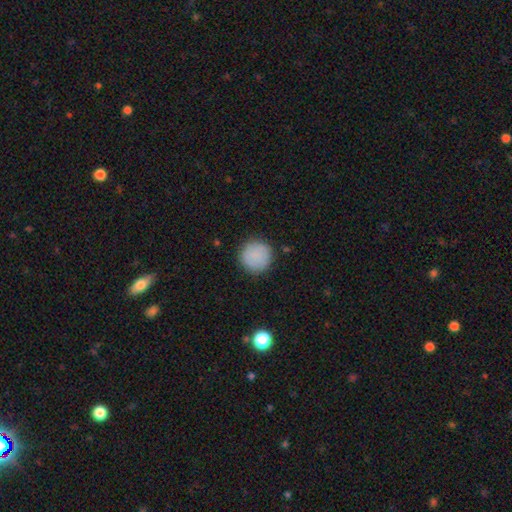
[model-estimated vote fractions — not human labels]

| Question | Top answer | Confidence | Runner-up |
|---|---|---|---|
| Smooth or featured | smooth | 86% | star or artifact (8%) |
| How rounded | round | 95% | in between (4%) |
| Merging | none | 88% | minor disturbance (9%) |